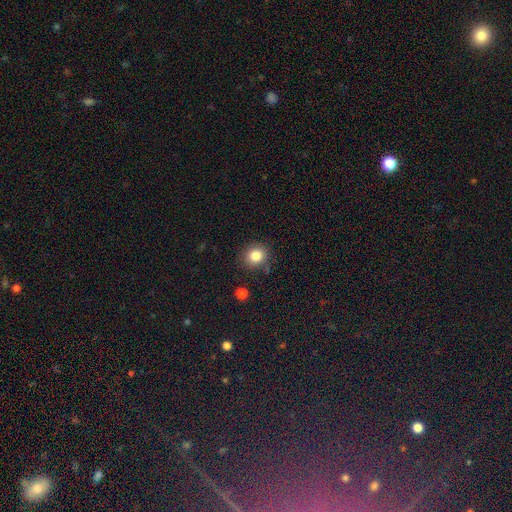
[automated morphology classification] This is clearly a smooth galaxy (82%). How rounded: likely round (80%). Merging: clearly none (84%).